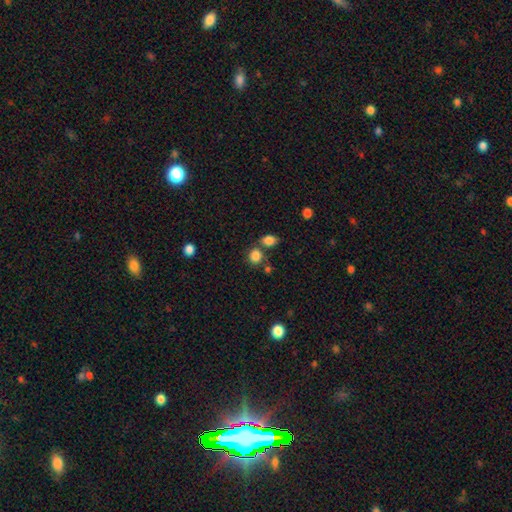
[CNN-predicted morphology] This is clearly a smooth galaxy (83%). How rounded: likely round (72%). Merging: likely none (63%).